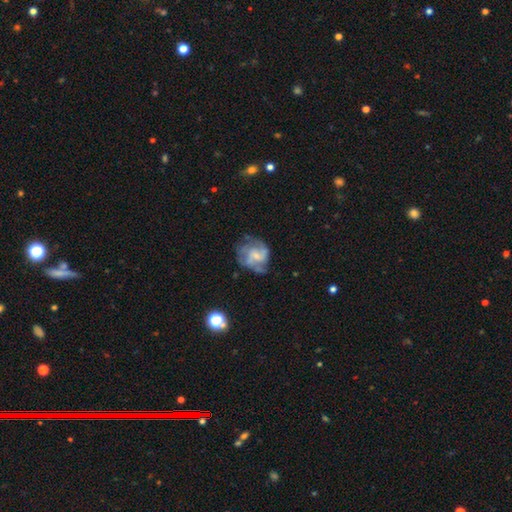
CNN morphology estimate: Smooth or featured? featured or disk (68%)
Edge-on disk? no (98%)
Bar? no (54%)
Spiral arms? yes (79%)
Spiral winding? medium (46%)
Spiral arm count? 2 (34%)
Bulge size? small (55%)
Merging? none (52%)